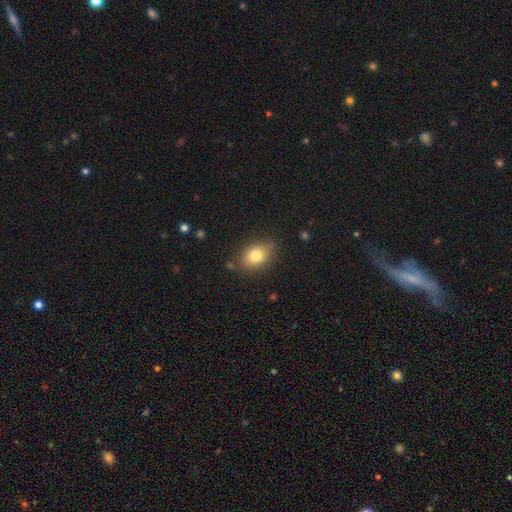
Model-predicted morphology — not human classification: smooth 79%, featured or disk 11%, star or artifact 10%. Down the decision tree: how rounded — in between (67%); merging — none (80%).